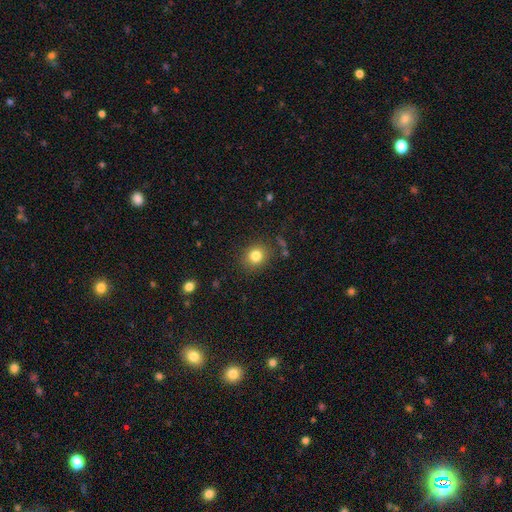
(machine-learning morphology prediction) Overall: smooth (82%). How rounded: round (81%). Merging: none (85%).